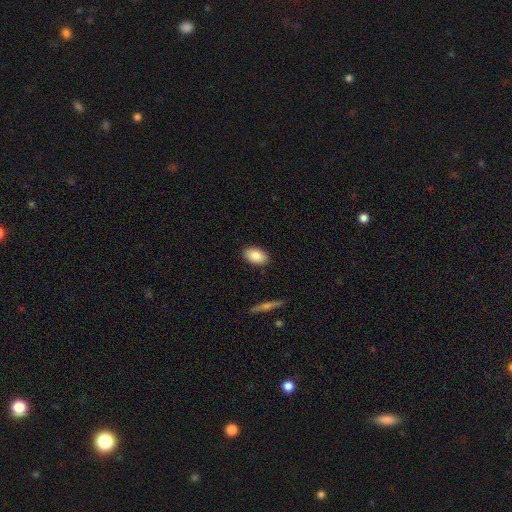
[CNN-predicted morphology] type=smooth (84%); roundness=in between (92%); merging=none (89%).